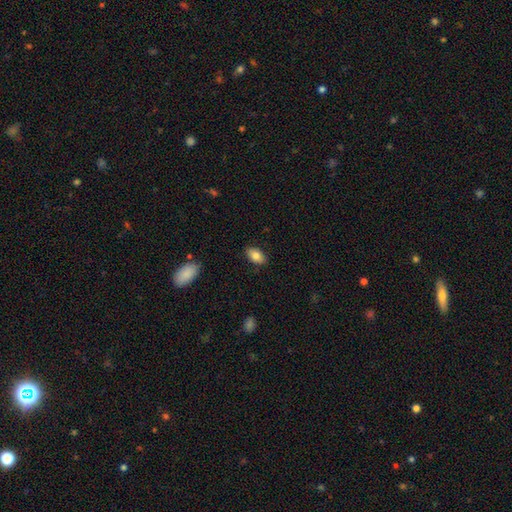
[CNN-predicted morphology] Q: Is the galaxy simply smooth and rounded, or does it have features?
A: smooth — 83%.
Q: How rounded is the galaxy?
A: in between — 92%.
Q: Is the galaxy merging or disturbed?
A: none — 87%.